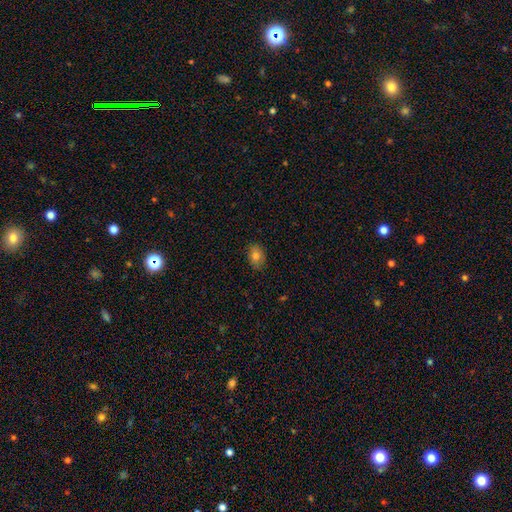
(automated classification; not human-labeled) smooth 78%, featured or disk 12%, star or artifact 10%. Down the decision tree: how rounded — in between (71%); merging — none (83%).